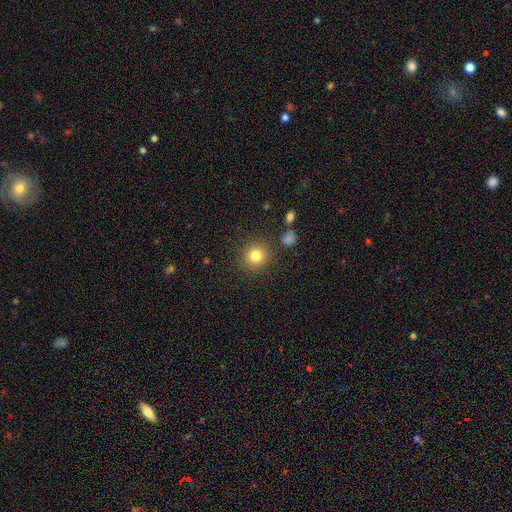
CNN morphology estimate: This is clearly a smooth galaxy (81%). How rounded: clearly round (92%). Merging: clearly none (87%).